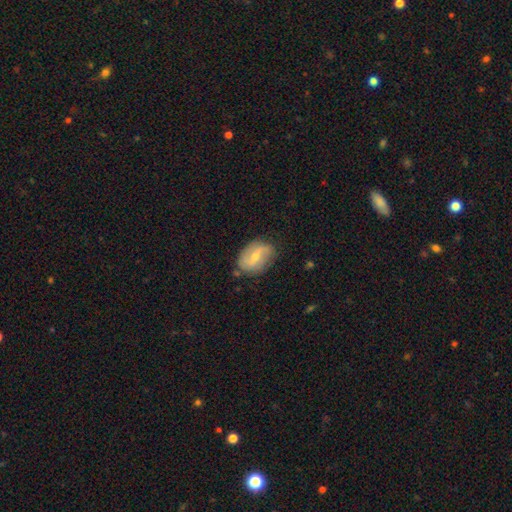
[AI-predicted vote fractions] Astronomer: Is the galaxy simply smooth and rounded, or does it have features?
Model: featured or disk — 58% (runner-up: smooth, 35%).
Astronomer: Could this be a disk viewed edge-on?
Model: no — 95%.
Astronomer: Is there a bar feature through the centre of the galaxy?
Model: weak — 47% (runner-up: strong, 27%).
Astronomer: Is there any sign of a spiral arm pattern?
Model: yes — 74%.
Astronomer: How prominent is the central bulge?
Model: small — 50% (runner-up: moderate, 46%).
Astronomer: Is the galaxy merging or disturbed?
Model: none — 73%.